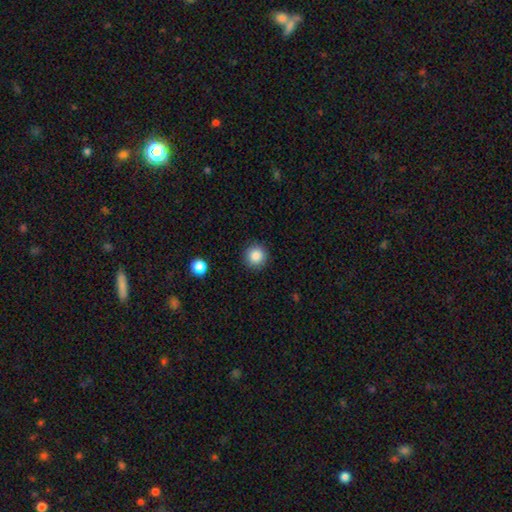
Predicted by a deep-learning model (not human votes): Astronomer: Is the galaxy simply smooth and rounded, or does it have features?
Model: smooth — 86%.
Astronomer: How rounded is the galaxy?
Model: round — 94%.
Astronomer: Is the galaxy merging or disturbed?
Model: none — 90%.